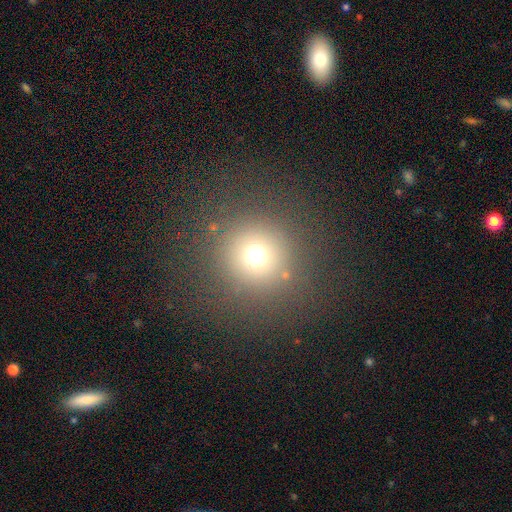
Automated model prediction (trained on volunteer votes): The model was most divided on "smooth or featured": smooth: 68%, star or artifact: 22%, featured or disk: 10%. More confident: how rounded — round (94%); merging — none (85%).